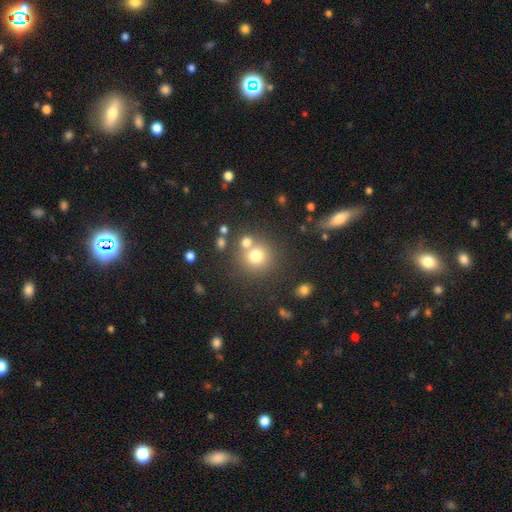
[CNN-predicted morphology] smooth 74%, star or artifact 15%, featured or disk 11%. Down the decision tree: how rounded — round (90%); merging — none (65%).